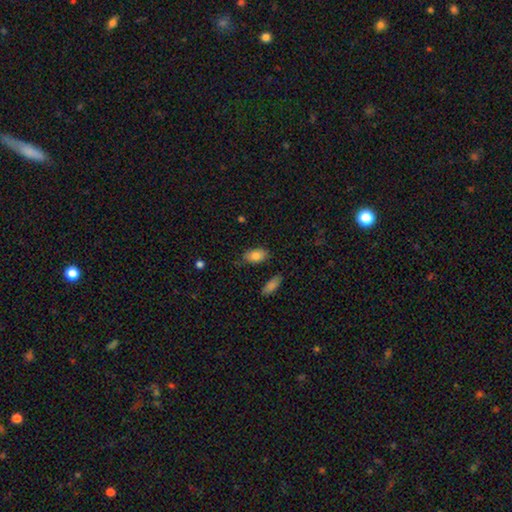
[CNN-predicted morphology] Q: Smooth or featured?
A: smooth (83%); runner-up: featured or disk (10%)
Q: How rounded?
A: in between (89%); runner-up: round (8%)
Q: Merging?
A: none (75%); runner-up: minor disturbance (18%)